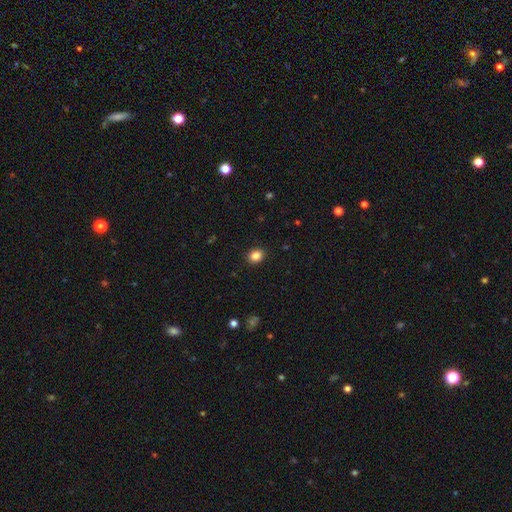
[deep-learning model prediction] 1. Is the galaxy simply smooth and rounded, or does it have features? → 86% smooth, 10% star or artifact, 4% featured or disk.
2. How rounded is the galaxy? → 57% round, 42% in between, 1% cigar-shaped.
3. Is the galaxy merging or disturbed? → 91% none, 6% minor disturbance, 2% major disturbance, 1% merger.